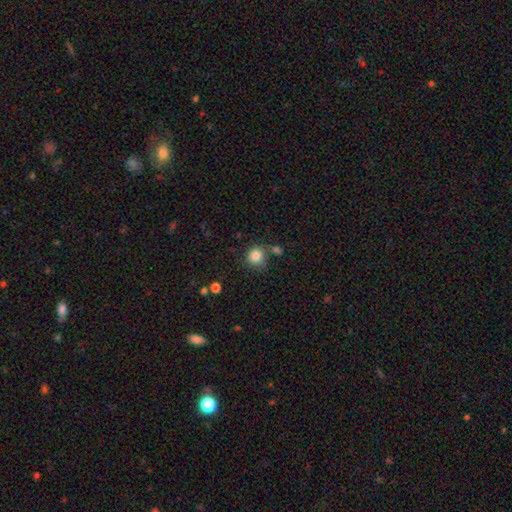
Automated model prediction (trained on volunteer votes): Overall: smooth (84%). How rounded: round (89%). Merging: none (67%).